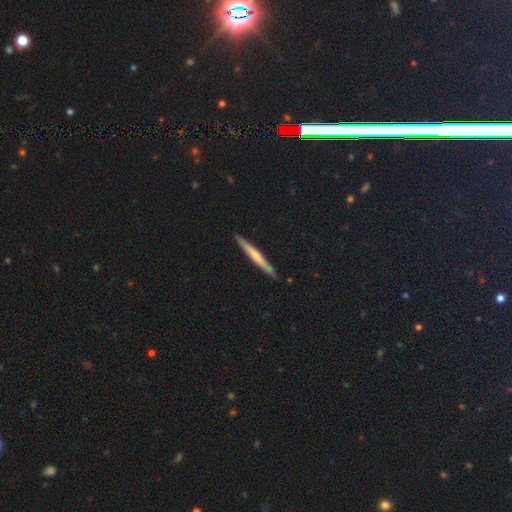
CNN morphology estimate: type=featured or disk (50%); edge-on=yes (97%); merging=none (91%).